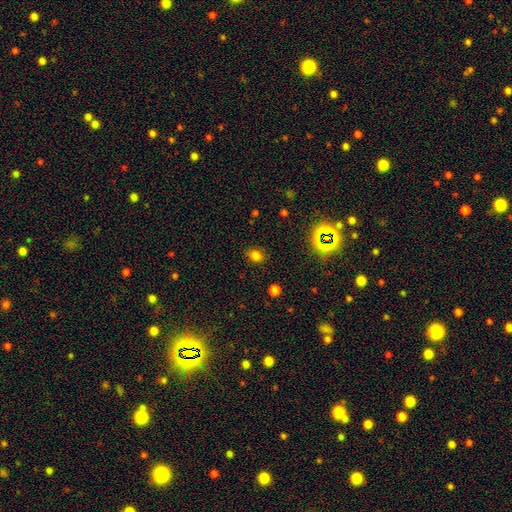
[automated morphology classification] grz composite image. It shows a smooth galaxy with no disk features (76%) that is in between round and cigar-shaped (50%). Merging: none (86%).